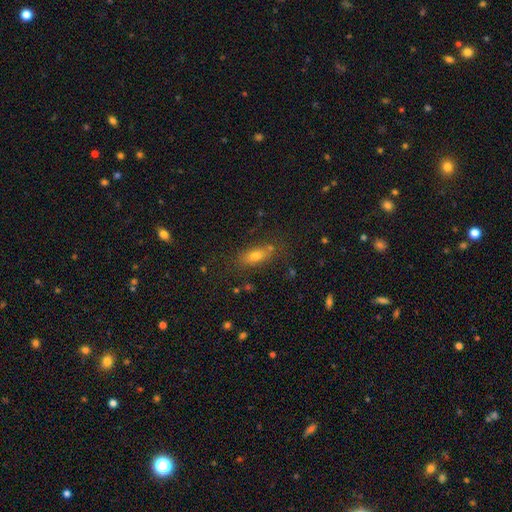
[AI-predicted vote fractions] smooth_or_featured: smooth (p=0.70) [alt: featured or disk p=0.16]
how_rounded: in between (p=0.73) [alt: cigar-shaped p=0.18]
merging: none (p=0.74) [alt: minor disturbance p=0.15]